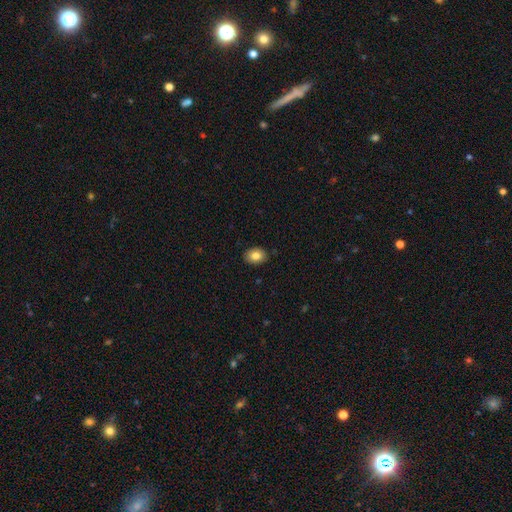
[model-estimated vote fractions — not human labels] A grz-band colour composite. It shows a smooth galaxy with no disk features (84%) that is in between round and cigar-shaped (70%). Merging: none (89%).